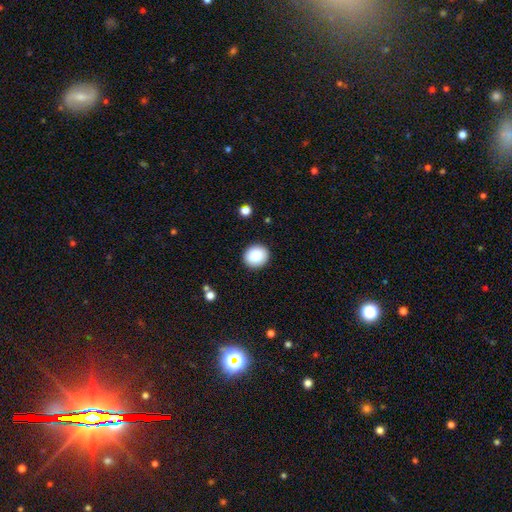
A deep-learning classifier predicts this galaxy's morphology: Smooth or featured: smooth — 88% (star or artifact — 8%)
How rounded: round — 81% (in between — 18%)
Merging: none — 90% (minor disturbance — 6%)